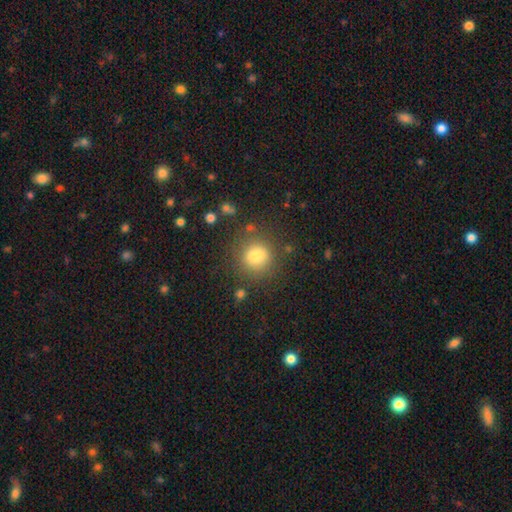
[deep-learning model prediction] This appears to be a smooth galaxy with no disk features (79%) that is round (74%). Merging: none (77%).